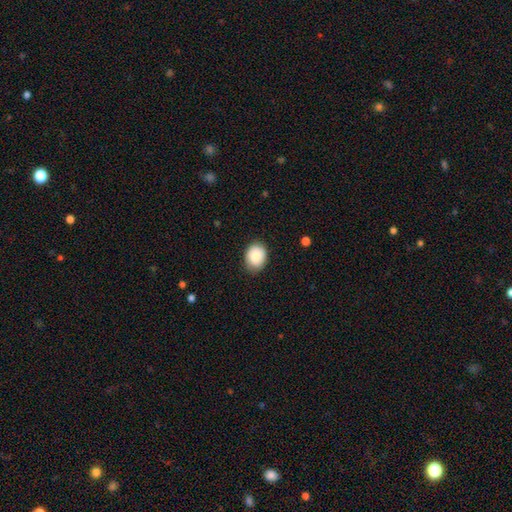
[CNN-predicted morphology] Smooth or featured? smooth (86%)
How rounded? in between (58%)
Merging? none (81%)